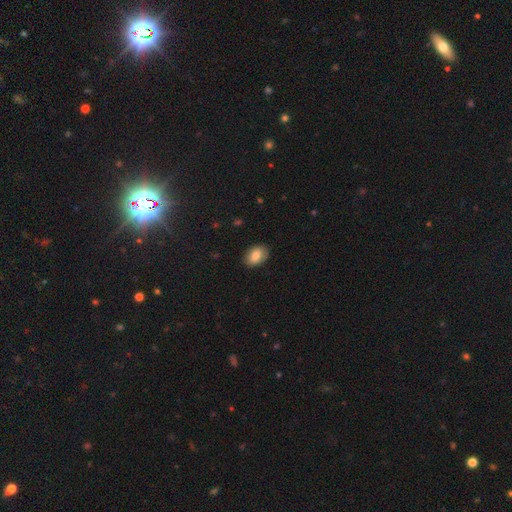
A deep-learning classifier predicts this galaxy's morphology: Smooth or featured: smooth — 84% (featured or disk — 9%)
How rounded: in between — 87% (round — 12%)
Merging: none — 86% (minor disturbance — 11%)